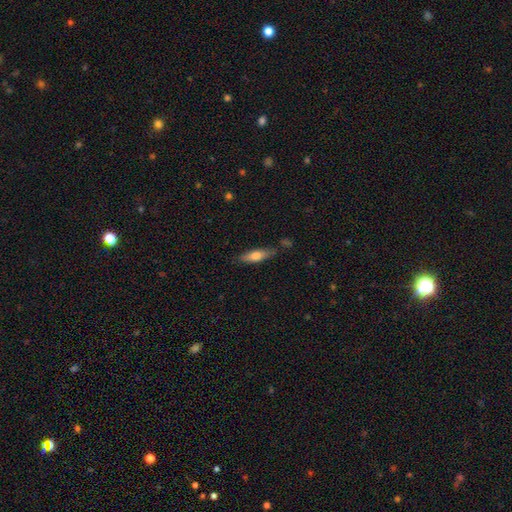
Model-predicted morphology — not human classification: Smooth or featured? smooth (65%)
How rounded? cigar-shaped (58%)
Merging? none (75%)